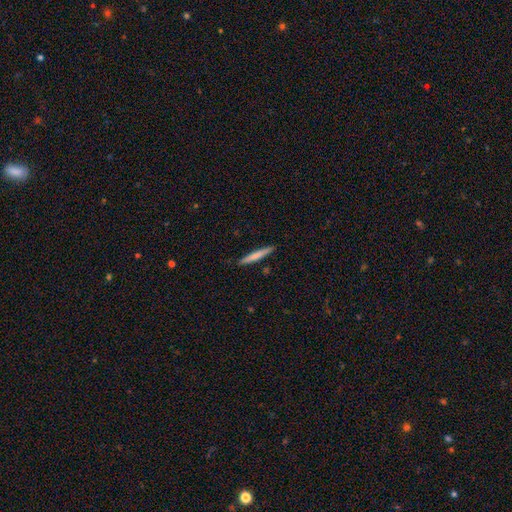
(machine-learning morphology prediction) Smooth or featured? Predicted: smooth (p=0.68). How rounded? Predicted: cigar-shaped (p=0.96). Merging? Predicted: none (p=0.89).